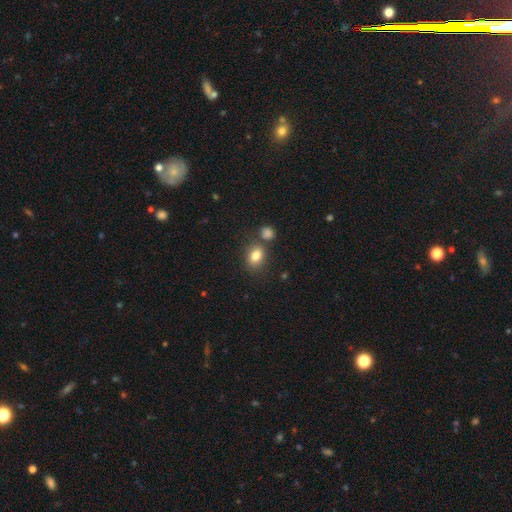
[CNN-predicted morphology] smooth 81%, star or artifact 10%, featured or disk 8%. Down the decision tree: how rounded — in between (68%); merging — none (66%).